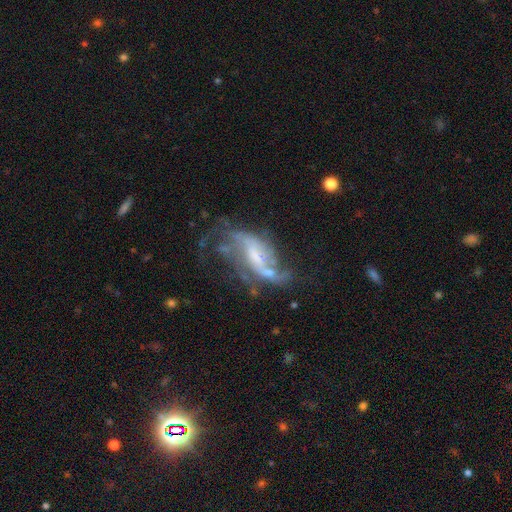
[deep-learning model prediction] Smooth or featured: featured or disk — 79% (smooth — 11%)
Edge-on disk: no — 93% (yes — 7%)
Bar: weak — 42% (no — 33%)
Spiral arms: yes — 80% (no — 20%)
Spiral winding: loose — 55% (medium — 33%)
Spiral arm count: 2 — 53% (can't tell — 22%)
Bulge size: small — 36% (moderate — 35%)
Merging: none — 36% (major disturbance — 35%)